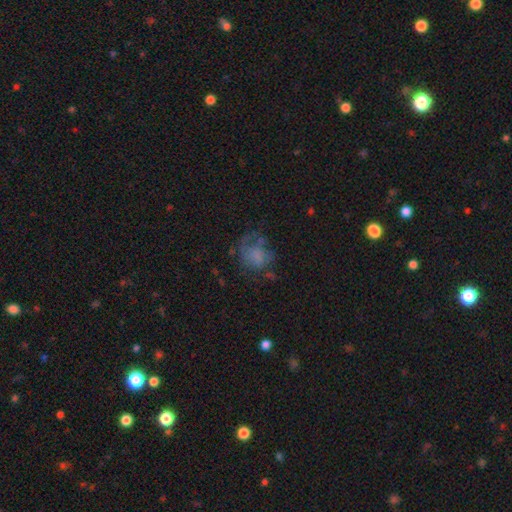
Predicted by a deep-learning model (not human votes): smooth 52%, featured or disk 35%, star or artifact 14%. Down the decision tree: how rounded — round (56%); merging — major disturbance (37%).